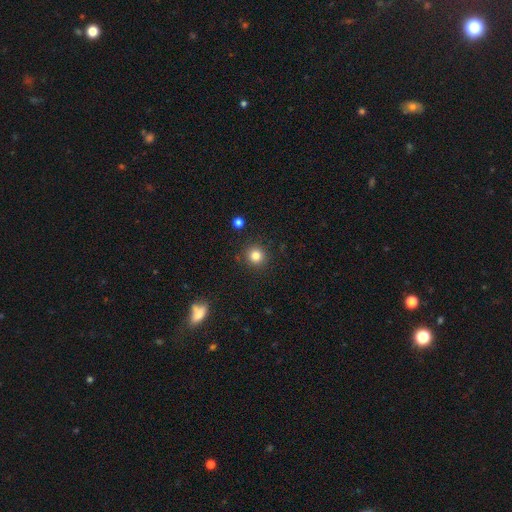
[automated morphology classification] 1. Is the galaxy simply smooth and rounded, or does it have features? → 83% smooth, 12% star or artifact, 5% featured or disk.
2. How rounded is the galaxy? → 93% round, 6% in between, 1% cigar-shaped.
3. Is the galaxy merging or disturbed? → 90% none, 6% minor disturbance, 2% major disturbance, 2% merger.